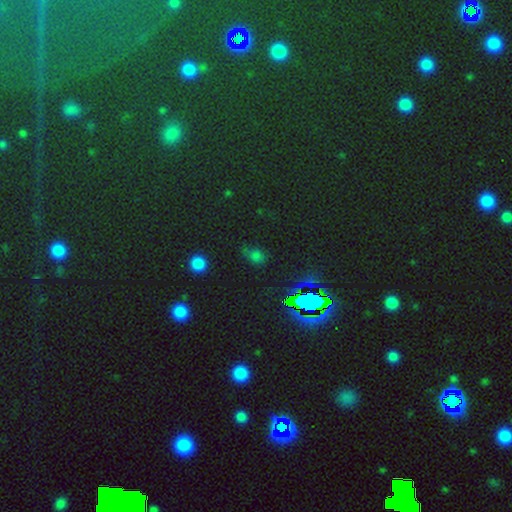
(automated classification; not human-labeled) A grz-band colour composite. It shows a smooth galaxy with no disk features (47%). Merging: none (68%).